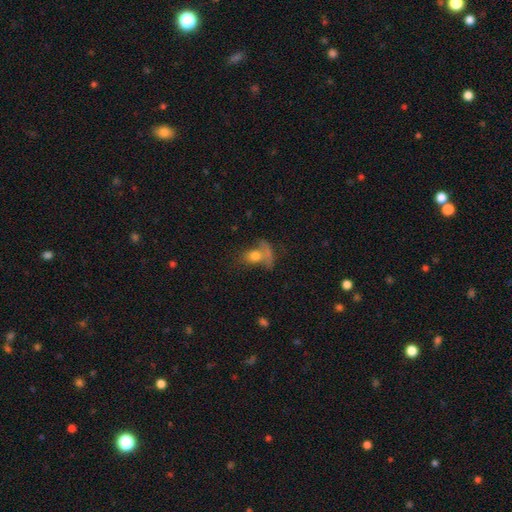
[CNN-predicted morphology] This appears to be a smooth galaxy with no disk features (63%) that is in between round and cigar-shaped (57%). Merging: none (33%).